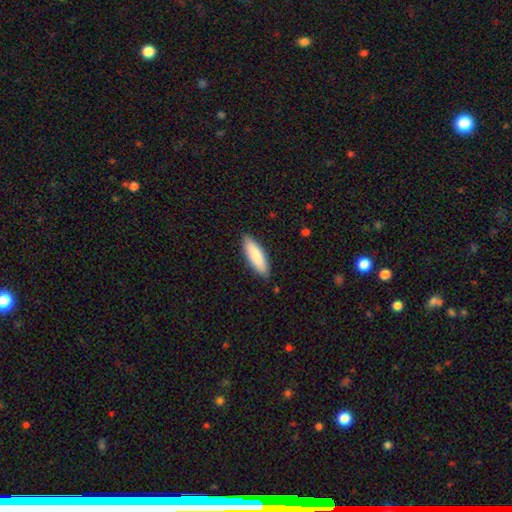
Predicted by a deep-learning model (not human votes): smooth-or-featured: smooth: 86% | featured or disk: 9% | star or artifact: 5%
  how-rounded: in between: 50% | cigar-shaped: 48% | round: 1%
  merging: none: 87% | minor disturbance: 10% | major disturbance: 2% | merger: 1%